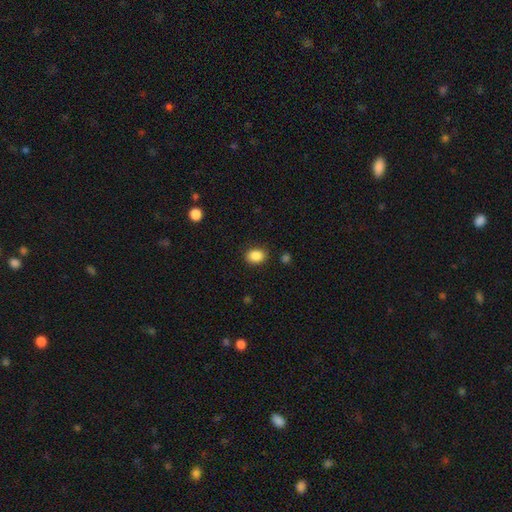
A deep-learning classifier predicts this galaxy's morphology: A smooth galaxy with no disk features (88%) that is in between round and cigar-shaped (62%).

Vote fractions:
- Smooth or featured? smooth: 88% / star or artifact: 9% / featured or disk: 3%
- How rounded? in between: 62% / round: 37% / cigar-shaped: 1%
- Merging? none: 87% / minor disturbance: 9% / major disturbance: 3% / merger: 2%